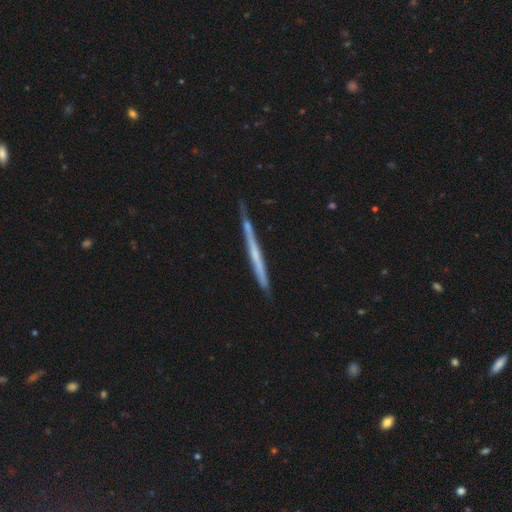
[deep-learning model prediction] A featured or disk galaxy (58%) viewed edge-on (97%) with no central bulge (86%).

Vote fractions:
- Smooth or featured? featured or disk: 58% / smooth: 36% / star or artifact: 6%
- Edge-on disk? yes: 97% / no: 3%
- Edge-on bulge? none: 86% / rounded: 9% / boxy: 4%
- Merging? none: 80% / minor disturbance: 15% / merger: 3% / major disturbance: 3%